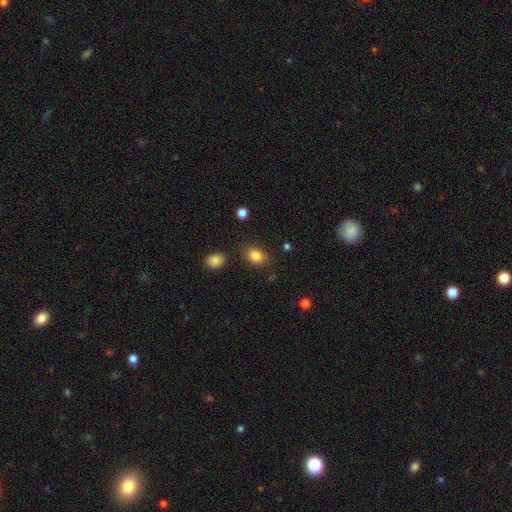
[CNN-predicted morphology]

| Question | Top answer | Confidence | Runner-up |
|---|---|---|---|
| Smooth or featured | smooth | 84% | star or artifact (10%) |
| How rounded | in between | 61% | round (38%) |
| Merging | none | 80% | minor disturbance (14%) |